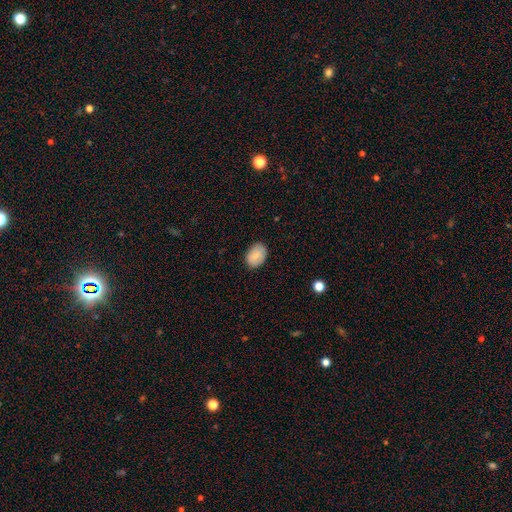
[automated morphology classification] smooth 83%, featured or disk 10%, star or artifact 7%. Down the decision tree: how rounded — in between (79%); merging — none (84%).